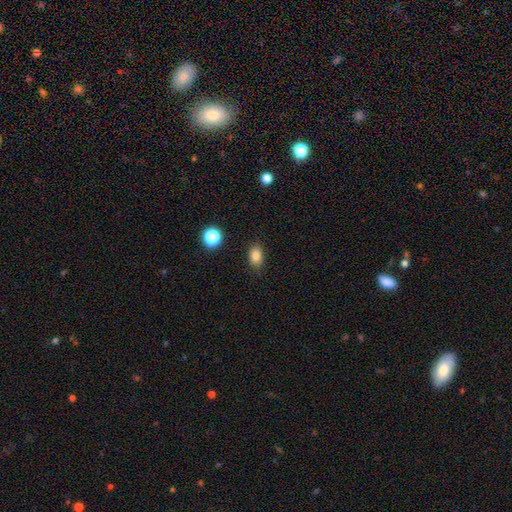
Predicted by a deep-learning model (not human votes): Smooth or featured? smooth (83%)
How rounded? in between (75%)
Merging? none (86%)